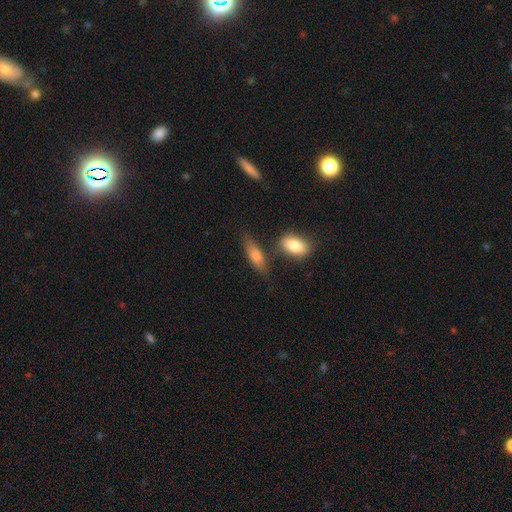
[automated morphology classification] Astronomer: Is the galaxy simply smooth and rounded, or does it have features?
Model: smooth — 77%.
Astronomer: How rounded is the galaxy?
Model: in between — 64%.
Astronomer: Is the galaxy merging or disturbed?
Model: none — 60%.